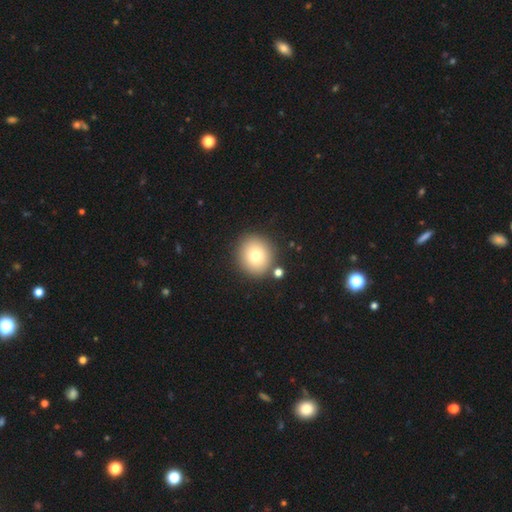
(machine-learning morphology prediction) A smooth galaxy with no disk features (75%) that is round (89%).

Vote fractions:
- Smooth or featured? smooth: 75% / featured or disk: 13% / star or artifact: 12%
- How rounded? round: 89% / in between: 10% / cigar-shaped: 1%
- Merging? none: 86% / minor disturbance: 6% / merger: 5% / major disturbance: 2%